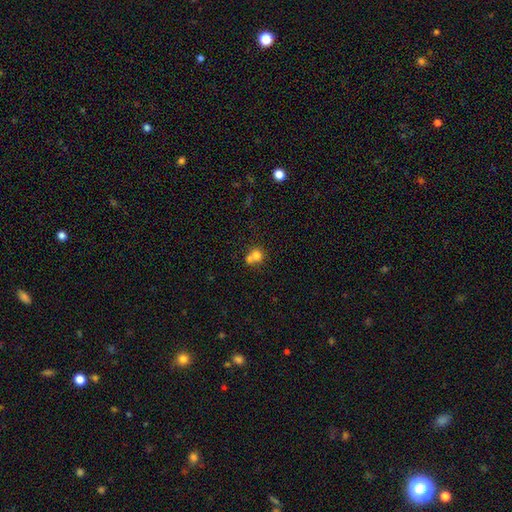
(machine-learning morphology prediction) The model was most divided on "merging": merger: 55%, none: 35%, minor disturbance: 7%, major disturbance: 3%. More confident: how rounded — round (83%); smooth or featured — smooth (74%).